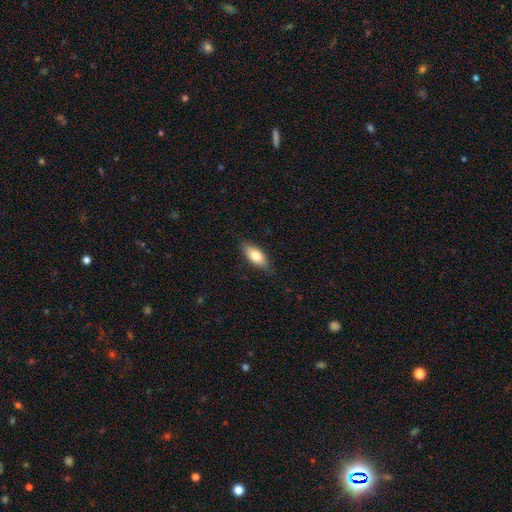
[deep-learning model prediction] Smooth or featured? Predicted: smooth (p=0.75). How rounded? Predicted: in between (p=0.82). Merging? Predicted: none (p=0.83).